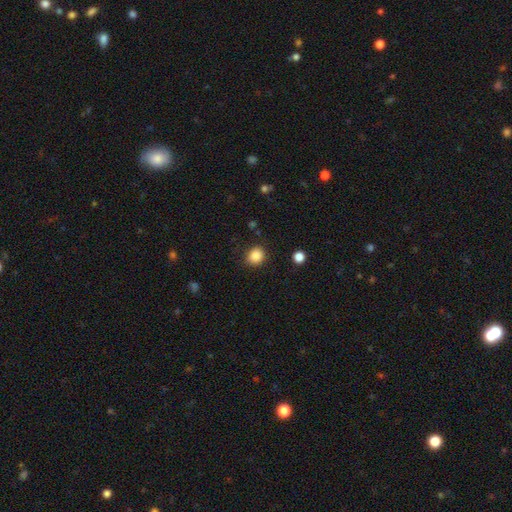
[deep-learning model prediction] The model was most divided on "how rounded": round: 78%, in between: 21%, cigar-shaped: 1%. More confident: smooth or featured — smooth (87%); merging — none (85%).